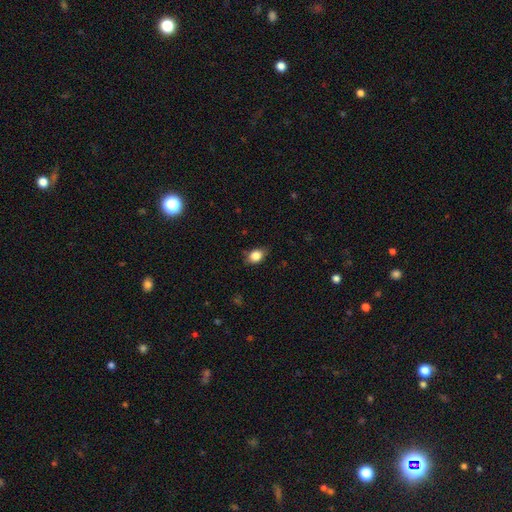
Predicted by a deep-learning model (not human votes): This appears to be a smooth galaxy with no disk features (84%) that is in between round and cigar-shaped (69%). Merging: none (76%).